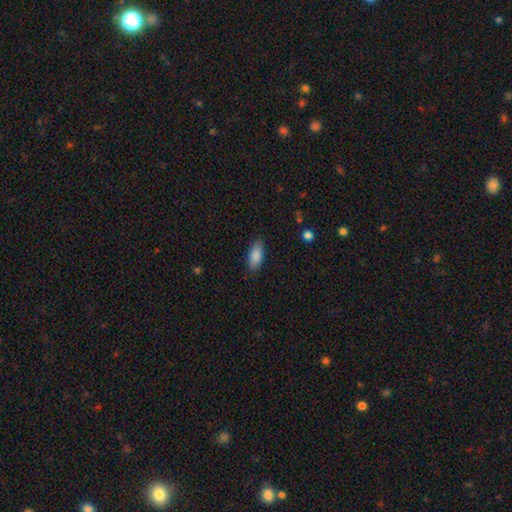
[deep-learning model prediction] Q: Smooth or featured?
A: smooth (88%); runner-up: star or artifact (7%)
Q: How rounded?
A: in between (86%); runner-up: cigar-shaped (12%)
Q: Merging?
A: none (84%); runner-up: minor disturbance (12%)